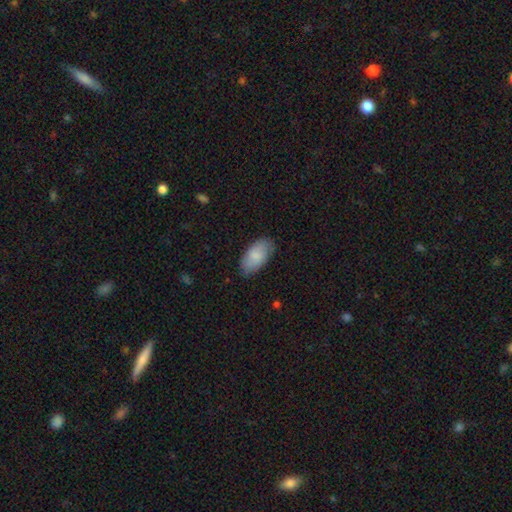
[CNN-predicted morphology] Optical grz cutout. It shows a smooth galaxy with no disk features (80%) that is in between round and cigar-shaped (94%). Merging: none (79%).